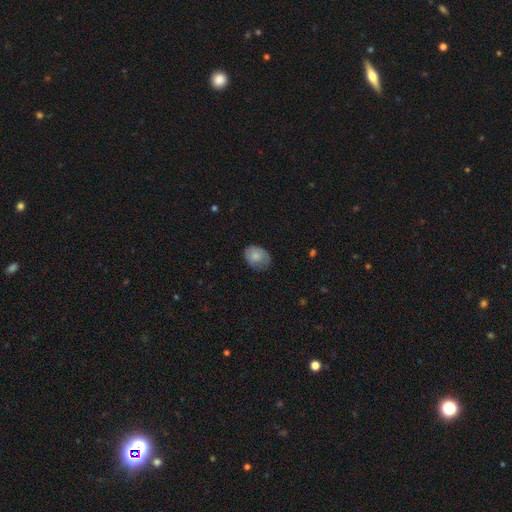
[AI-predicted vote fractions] smooth-or-featured: smooth: 78% | featured or disk: 14% | star or artifact: 7%
  how-rounded: in between: 67% | round: 32% | cigar-shaped: 1%
  merging: none: 64% | minor disturbance: 27% | major disturbance: 7% | merger: 1%